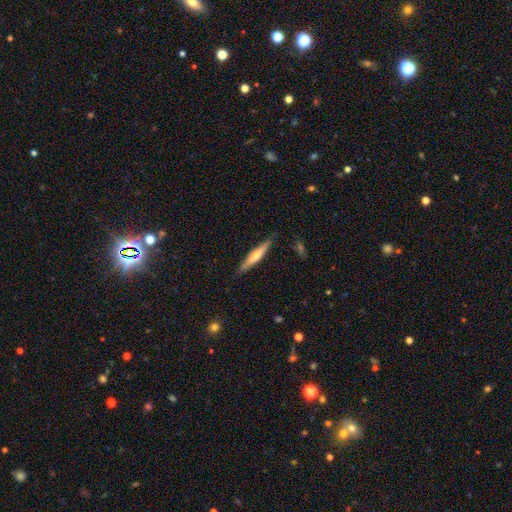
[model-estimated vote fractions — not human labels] smooth 53%, featured or disk 41%, star or artifact 6%. Down the decision tree: how rounded — cigar-shaped (92%); merging — none (87%).